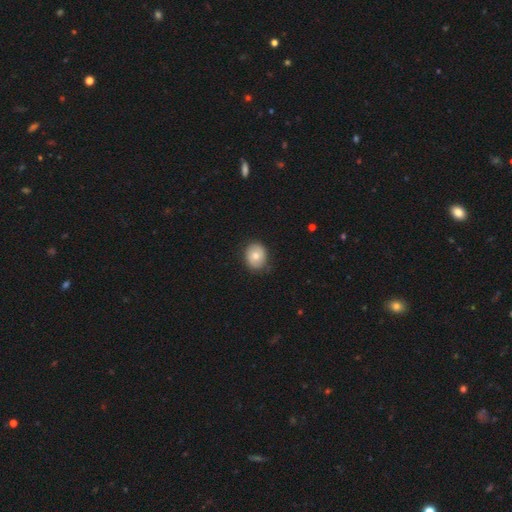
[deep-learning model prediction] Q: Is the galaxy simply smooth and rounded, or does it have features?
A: smooth — 67%.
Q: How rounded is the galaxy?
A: round — 60%.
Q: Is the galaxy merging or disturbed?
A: none — 77%.